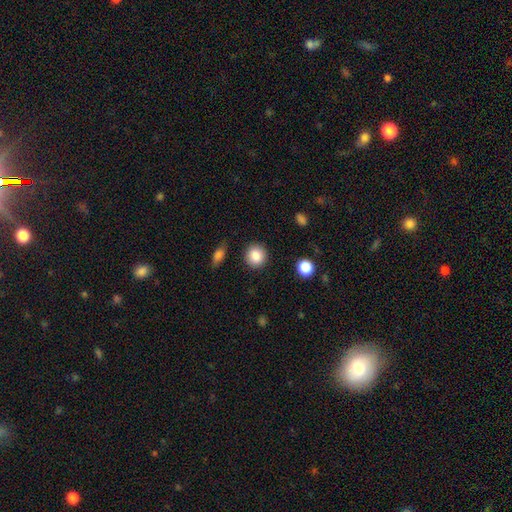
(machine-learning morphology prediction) Smooth or featured?
  - smooth: 86% *
  - star or artifact: 9%
  - featured or disk: 5%
How rounded?
  - round: 90% *
  - in between: 9%
  - cigar-shaped: 1%
Merging?
  - none: 89% *
  - minor disturbance: 7%
  - major disturbance: 2%
  - merger: 2%